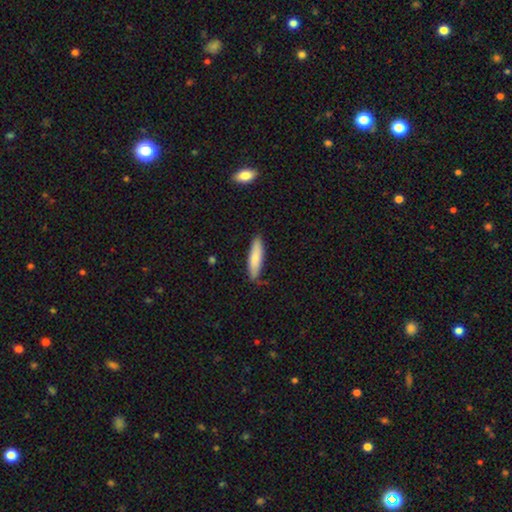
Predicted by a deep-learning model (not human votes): smooth-or-featured: smooth: 78% | featured or disk: 16% | star or artifact: 6%
  how-rounded: cigar-shaped: 72% | in between: 27% | round: 1%
  merging: none: 78% | minor disturbance: 18% | major disturbance: 3% | merger: 2%